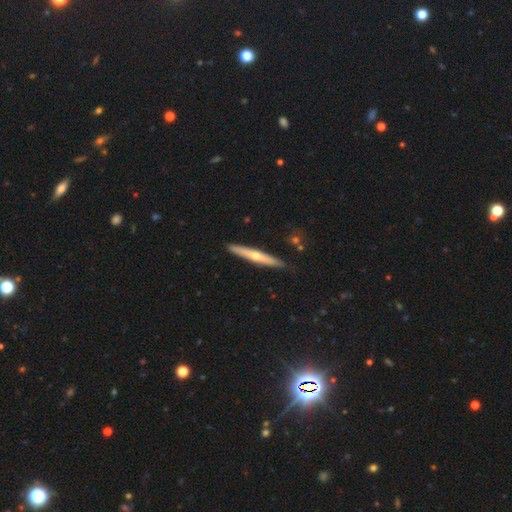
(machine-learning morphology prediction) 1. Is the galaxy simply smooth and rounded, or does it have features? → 59% featured or disk, 36% smooth, 6% star or artifact.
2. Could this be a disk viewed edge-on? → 95% yes, 5% no.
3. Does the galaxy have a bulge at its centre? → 81% rounded, 17% none, 2% boxy.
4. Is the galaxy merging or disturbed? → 90% none, 7% minor disturbance, 1% merger, 1% major disturbance.